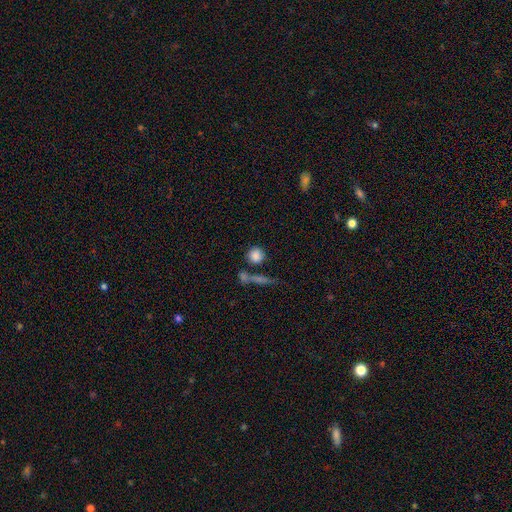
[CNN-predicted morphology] The model was most divided on "merging": none: 66%, merger: 18%, minor disturbance: 10%, major disturbance: 5%. More confident: how rounded — round (86%); smooth or featured — smooth (84%).